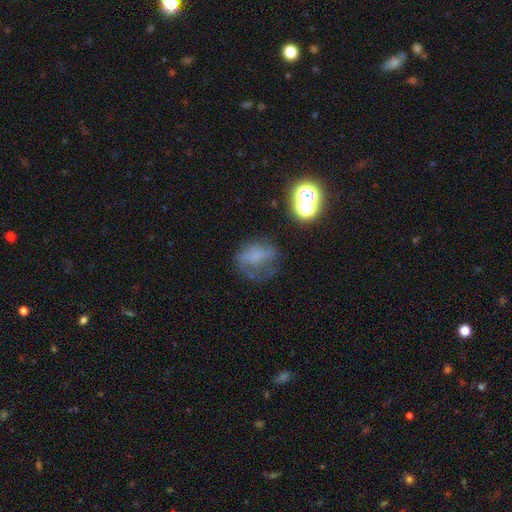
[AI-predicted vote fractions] This appears to be a smooth galaxy with no disk features (42%). Merging: none (44%).